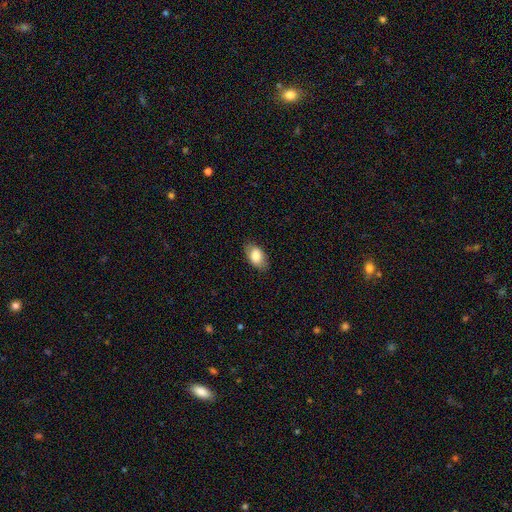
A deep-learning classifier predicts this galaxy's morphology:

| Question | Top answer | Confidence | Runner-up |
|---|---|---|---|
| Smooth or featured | smooth | 80% | featured or disk (13%) |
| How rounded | in between | 91% | round (7%) |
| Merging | none | 82% | minor disturbance (14%) |